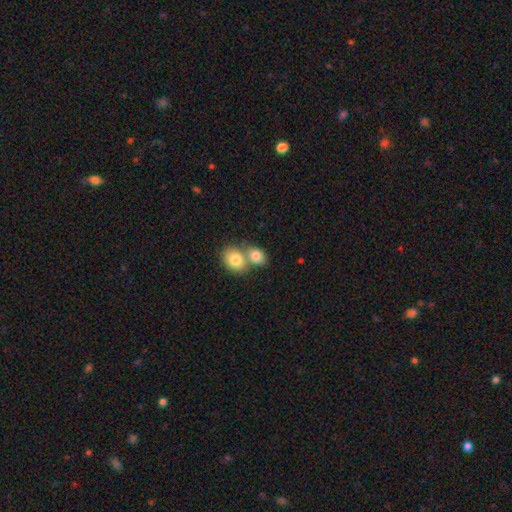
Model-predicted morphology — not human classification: Q: Smooth or featured?
A: smooth (81%); runner-up: featured or disk (11%)
Q: How rounded?
A: in between (58%); runner-up: round (41%)
Q: Merging?
A: merger (57%); runner-up: none (33%)